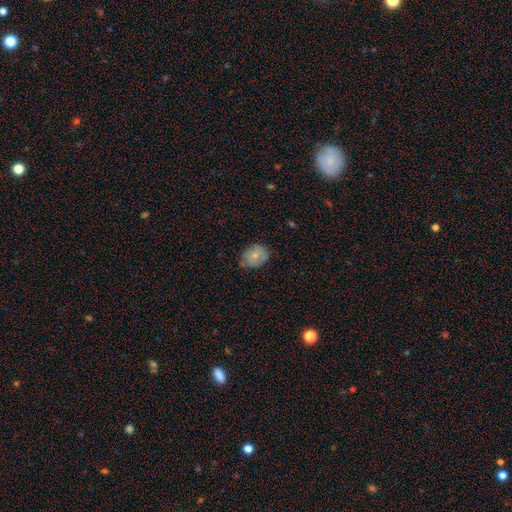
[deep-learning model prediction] smooth_or_featured: smooth (p=0.70) [alt: featured or disk p=0.21]
how_rounded: round (p=0.51) [alt: in between p=0.48]
merging: none (p=0.64) [alt: minor disturbance p=0.29]